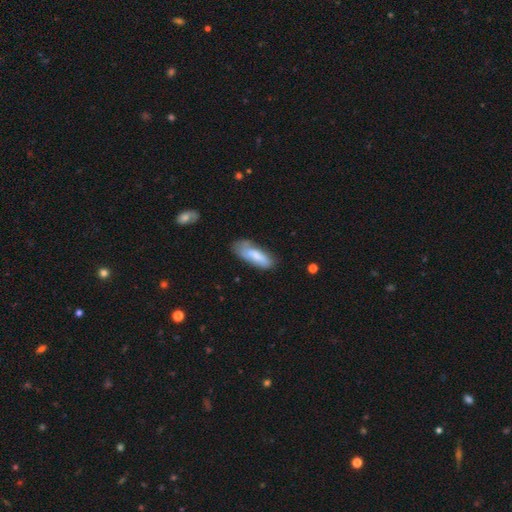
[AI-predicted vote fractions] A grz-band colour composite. It shows a smooth galaxy with no disk features (73%) that is in between round and cigar-shaped (64%). Merging: none (51%).